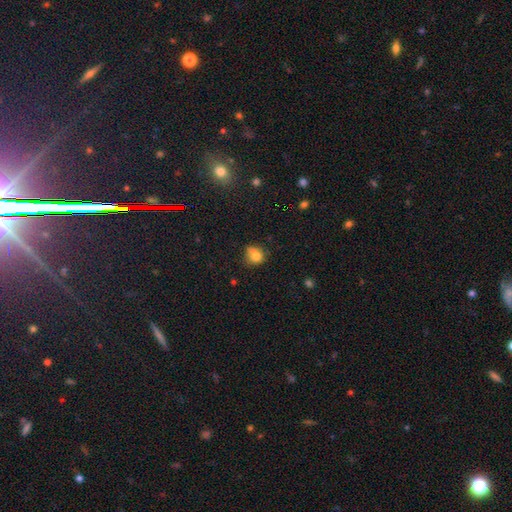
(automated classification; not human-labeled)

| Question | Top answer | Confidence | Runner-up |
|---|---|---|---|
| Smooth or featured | smooth | 76% | star or artifact (12%) |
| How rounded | round | 69% | in between (29%) |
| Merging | none | 44% | minor disturbance (31%) |